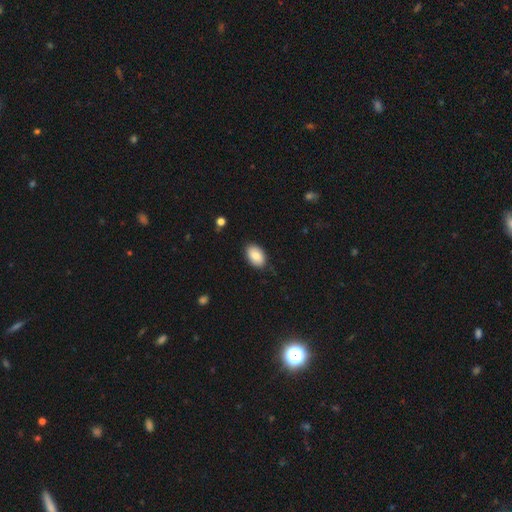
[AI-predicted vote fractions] A smooth galaxy with no disk features (83%) that is in between round and cigar-shaped (91%). Merging: none (84%).